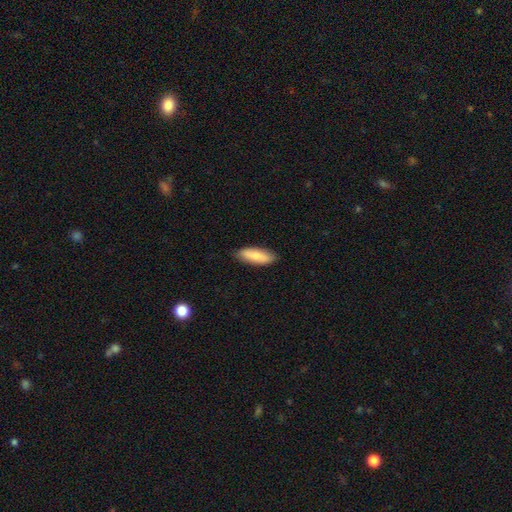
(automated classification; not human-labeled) Smooth or featured? Predicted: smooth (p=0.80). How rounded? Predicted: in between (p=0.56). Merging? Predicted: none (p=0.87).